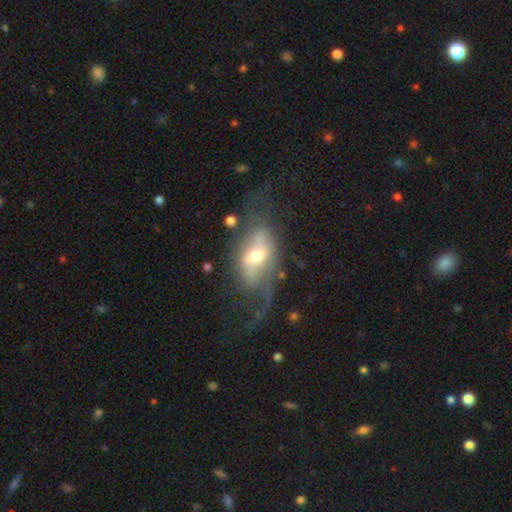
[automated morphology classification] type=featured or disk (67%); edge-on=no (86%); bar=weak (38%); spiral arms=yes (66%); bulge=moderate (66%); merging=none (38%, tied with major disturbance).